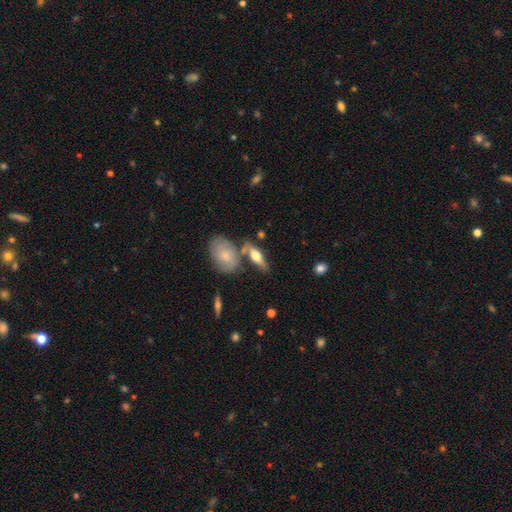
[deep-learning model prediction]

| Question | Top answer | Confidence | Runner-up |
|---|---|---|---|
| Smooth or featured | smooth | 47% | featured or disk (46%) |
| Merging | none | 63% | merger (19%) |